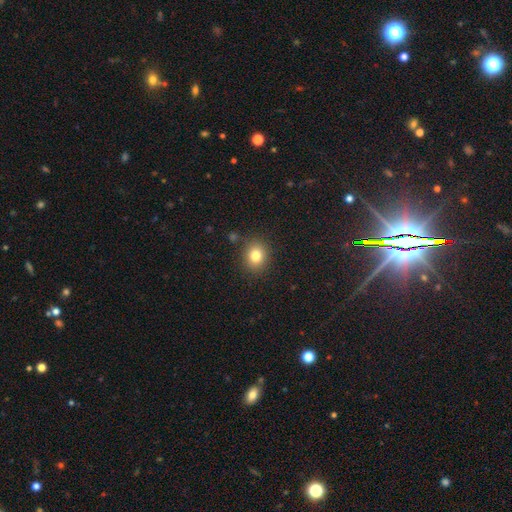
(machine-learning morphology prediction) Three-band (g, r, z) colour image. It shows a smooth galaxy with no disk features (80%) that is round (67%). Merging: none (86%).